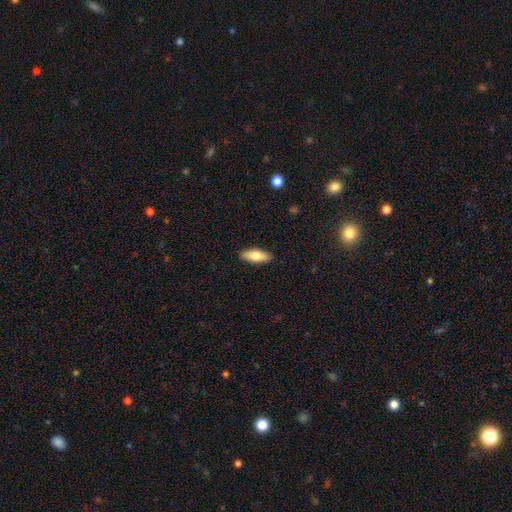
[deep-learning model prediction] smooth 74%, featured or disk 19%, star or artifact 6%. Down the decision tree: how rounded — in between (77%); merging — none (89%).